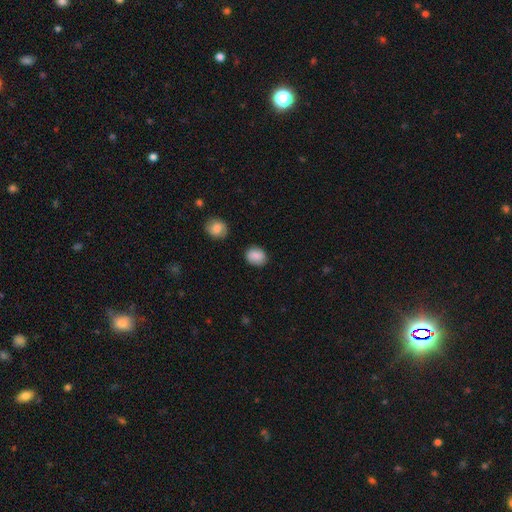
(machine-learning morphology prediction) A smooth galaxy with no disk features (86%) that is round (55%). Merging: none (81%).